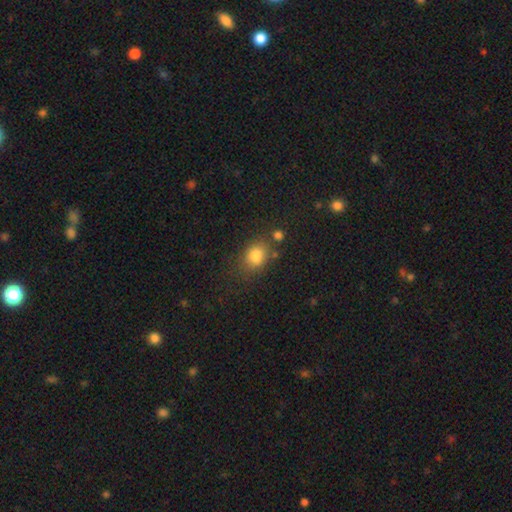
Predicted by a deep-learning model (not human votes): A smooth galaxy with no disk features (81%) that is in between round and cigar-shaped (52%). Merging: none (67%).